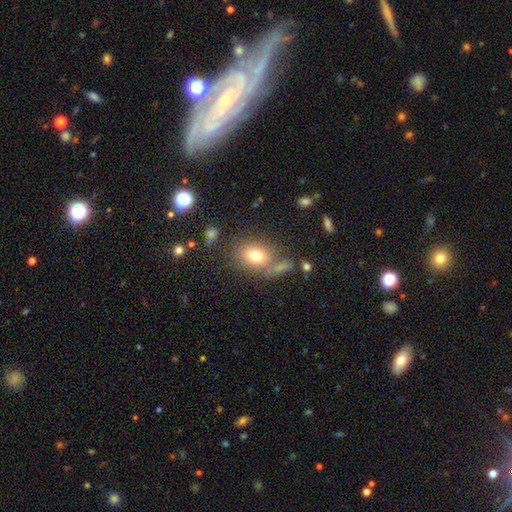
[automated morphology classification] Smooth or featured?
  - smooth: 76% *
  - featured or disk: 13%
  - star or artifact: 11%
How rounded?
  - in between: 60% *
  - round: 39%
  - cigar-shaped: 1%
Merging?
  - none: 63% *
  - minor disturbance: 15%
  - merger: 14%
  - major disturbance: 8%